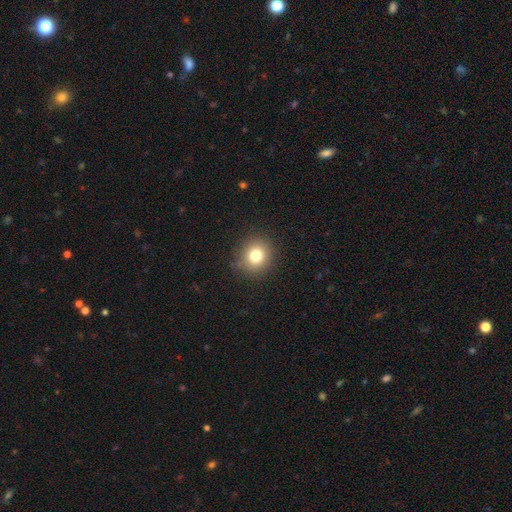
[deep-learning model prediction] Smooth or featured? smooth (78%)
How rounded? round (84%)
Merging? none (88%)